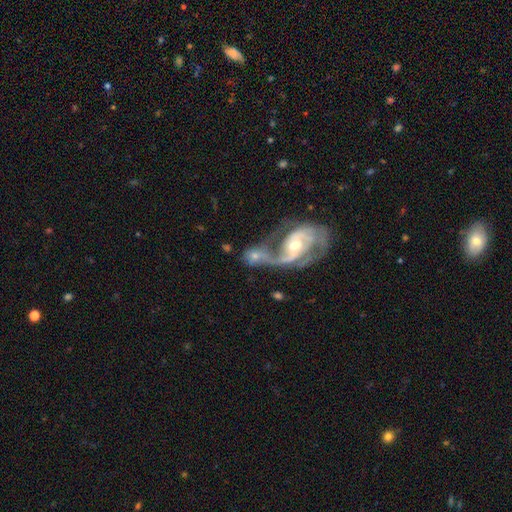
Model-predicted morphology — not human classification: Q: Smooth or featured?
A: featured or disk (69%); runner-up: smooth (24%)
Q: Edge-on disk?
A: no (96%); runner-up: yes (4%)
Q: Bar?
A: no (50%); runner-up: weak (37%)
Q: Spiral arms?
A: yes (83%); runner-up: no (17%)
Q: Spiral winding?
A: loose (45%); runner-up: medium (38%)
Q: Spiral arm count?
A: 2 (67%); runner-up: 1 (17%)
Q: Bulge size?
A: moderate (61%); runner-up: small (29%)
Q: Merging?
A: merger (53%); runner-up: none (20%)